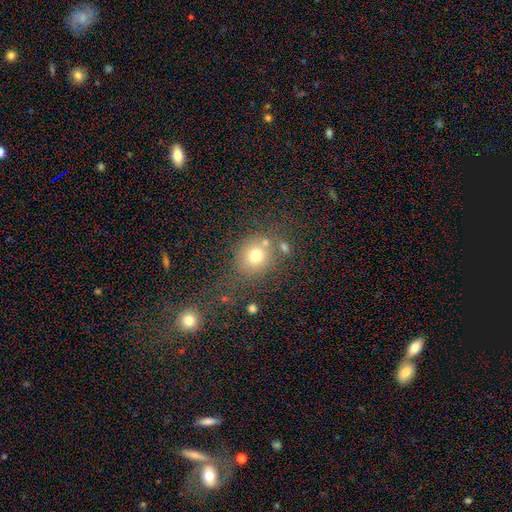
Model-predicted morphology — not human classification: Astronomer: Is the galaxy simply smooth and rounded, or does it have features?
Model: smooth — 73%.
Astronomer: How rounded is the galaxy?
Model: round — 78%.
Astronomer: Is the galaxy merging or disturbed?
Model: none — 62%.